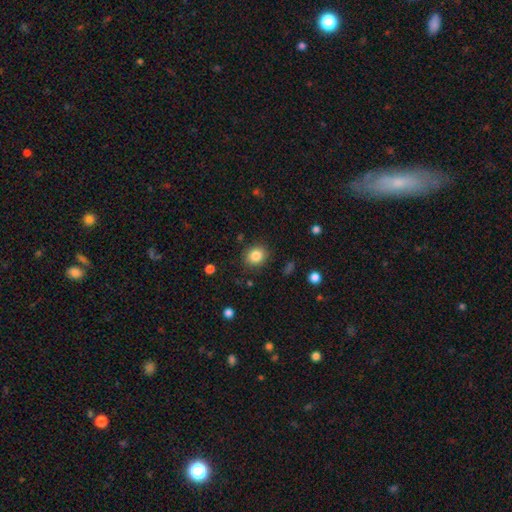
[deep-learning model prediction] Smooth or featured?
  - smooth: 84% *
  - star or artifact: 10%
  - featured or disk: 6%
How rounded?
  - round: 72% *
  - in between: 27%
  - cigar-shaped: 1%
Merging?
  - none: 87% *
  - minor disturbance: 9%
  - major disturbance: 3%
  - merger: 2%